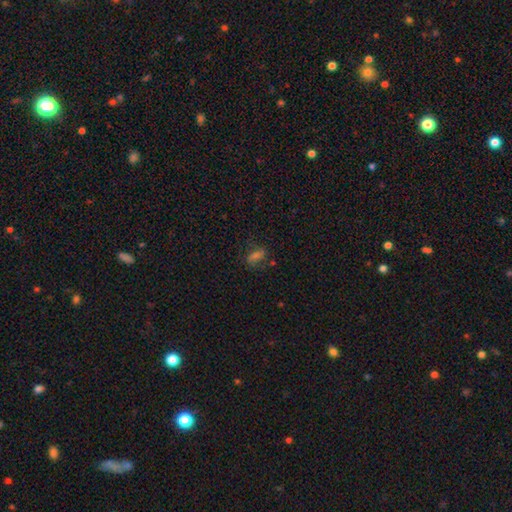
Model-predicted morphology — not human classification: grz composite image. It shows a smooth galaxy with no disk features (48%). Merging: none (70%).